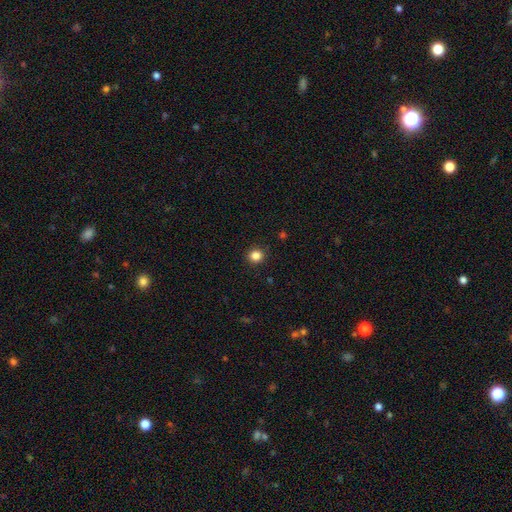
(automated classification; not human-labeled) smooth-or-featured: smooth: 84% | star or artifact: 12% | featured or disk: 4%
  how-rounded: round: 89% | in between: 10% | cigar-shaped: 1%
  merging: none: 92% | minor disturbance: 5% | major disturbance: 2% | merger: 1%